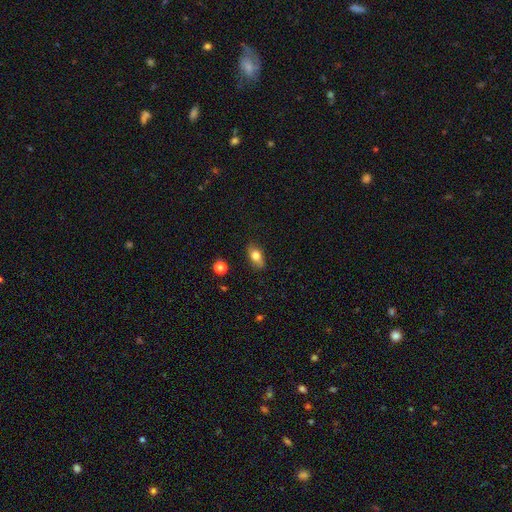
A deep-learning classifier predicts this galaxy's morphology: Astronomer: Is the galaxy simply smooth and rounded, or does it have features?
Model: smooth — 73%.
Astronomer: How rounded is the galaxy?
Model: in between — 79%.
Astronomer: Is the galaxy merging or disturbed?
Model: none — 79%.